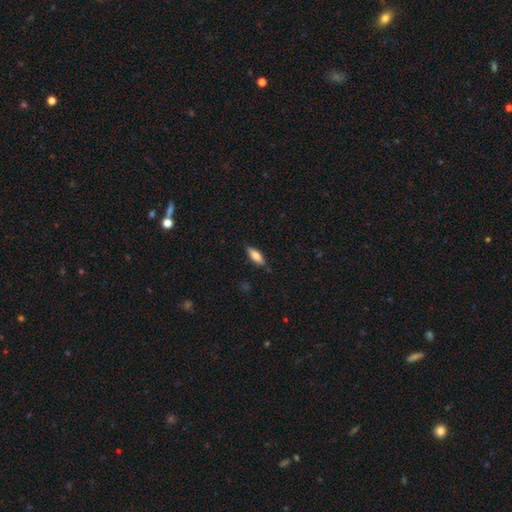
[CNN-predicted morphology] The model was most divided on "how rounded": in between: 63%, cigar-shaped: 35%, round: 2%. More confident: merging — none (84%); smooth or featured — smooth (75%).